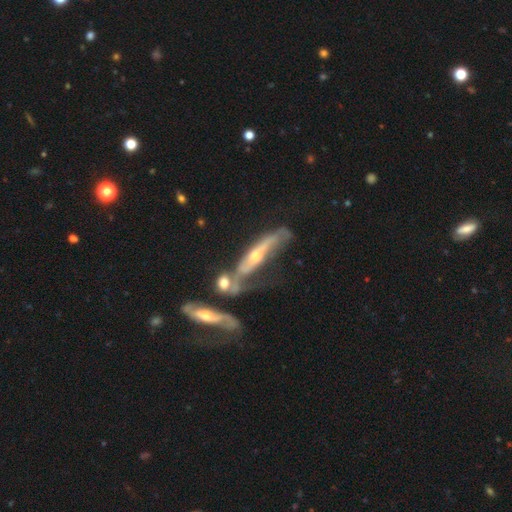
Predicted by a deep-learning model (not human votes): Morphology: type=featured or disk (77%); edge-on=yes (61%); merging=merger (42%).